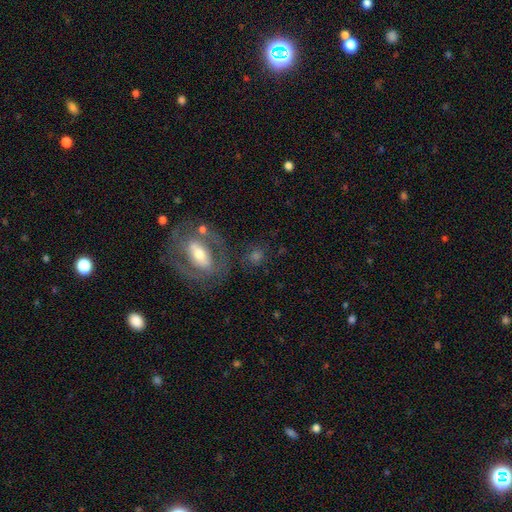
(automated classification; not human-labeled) This is possibly a featured or disk galaxy (51%). It is clearly not viewed edge-on (86%). Merging: likely none (67%).